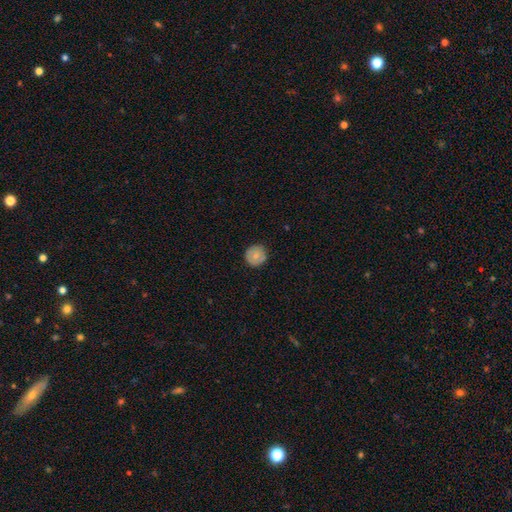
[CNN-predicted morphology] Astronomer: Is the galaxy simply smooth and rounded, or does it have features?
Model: smooth — 75%.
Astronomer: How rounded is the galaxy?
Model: round — 94%.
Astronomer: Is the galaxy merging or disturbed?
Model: none — 86%.